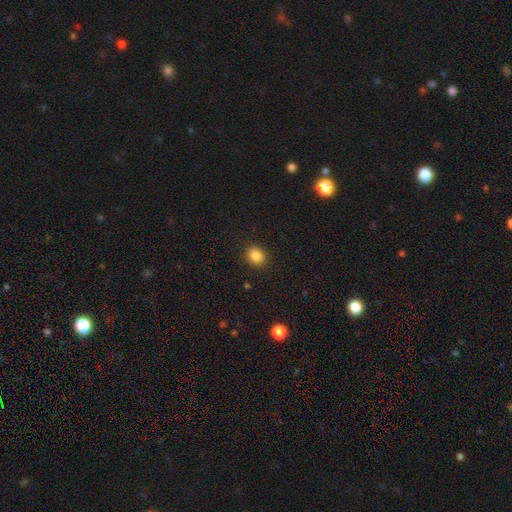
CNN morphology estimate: This appears to be a smooth galaxy with no disk features (85%) that is round (66%). Merging: none (90%).